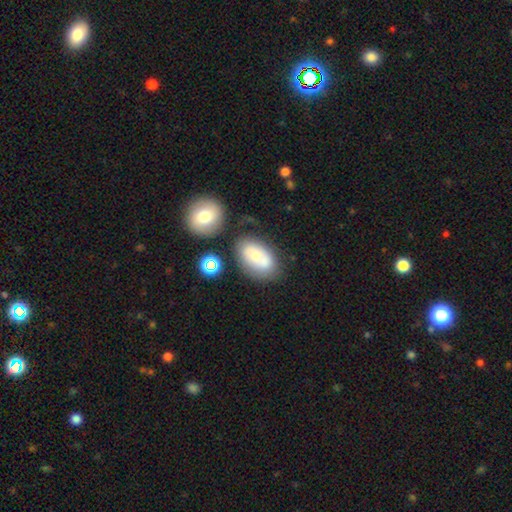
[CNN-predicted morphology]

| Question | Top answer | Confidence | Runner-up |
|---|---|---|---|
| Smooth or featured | smooth | 62% | featured or disk (29%) |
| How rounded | in between | 87% | round (11%) |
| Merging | none | 60% | minor disturbance (19%) |